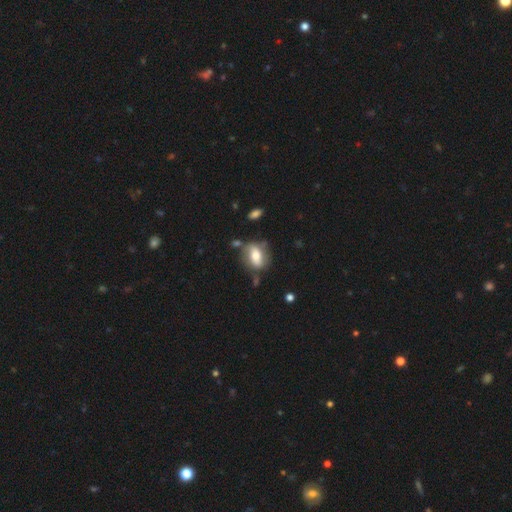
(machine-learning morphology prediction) smooth-or-featured: smooth: 55% | featured or disk: 38% | star or artifact: 7%
  how-rounded: in between: 71% | round: 24% | cigar-shaped: 5%
  merging: none: 63% | minor disturbance: 21% | major disturbance: 8% | merger: 8%